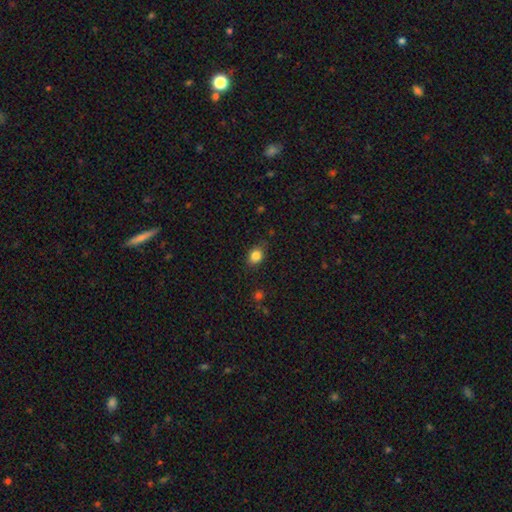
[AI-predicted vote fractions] This appears to be a smooth galaxy with no disk features (84%) that is round (54%). Merging: none (81%).